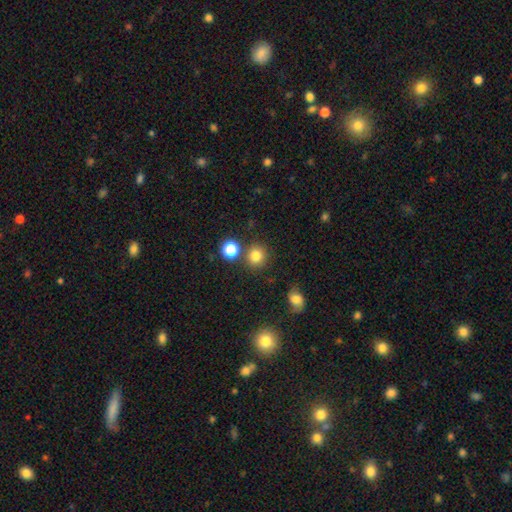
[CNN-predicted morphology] Smooth or featured: smooth — 79% (star or artifact — 15%)
How rounded: round — 88% (in between — 11%)
Merging: none — 81% (merger — 8%)